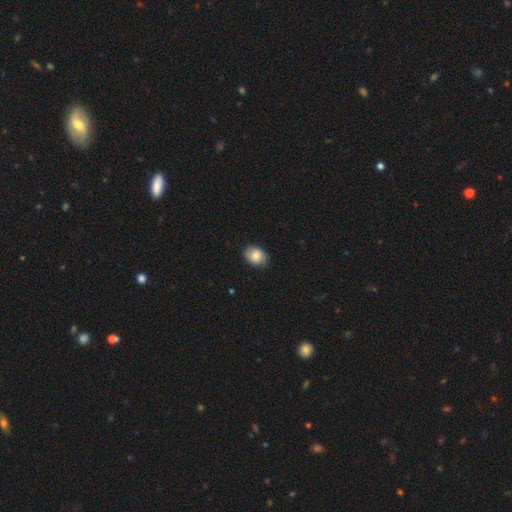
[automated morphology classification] Smooth or featured? smooth (83%)
How rounded? in between (63%)
Merging? none (83%)